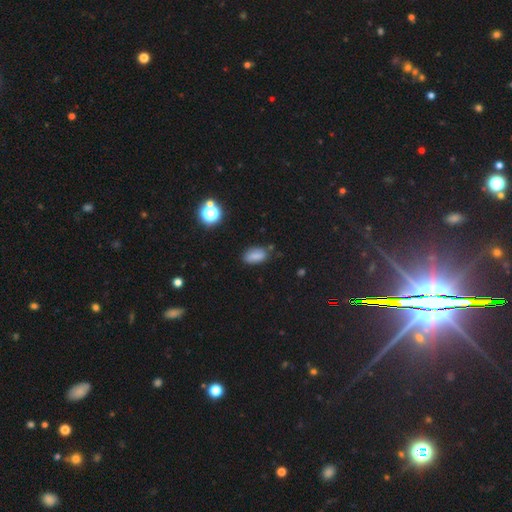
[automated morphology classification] This is likely a smooth galaxy (79%). How rounded: clearly in between (89%). Merging: likely none (75%).